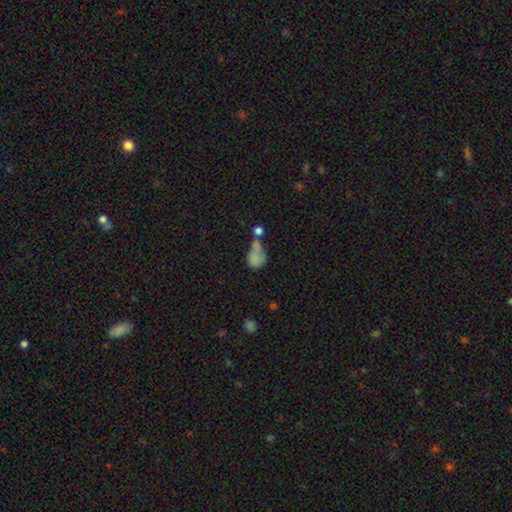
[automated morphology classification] smooth 73%, featured or disk 16%, star or artifact 11%. Down the decision tree: how rounded — in between (59%); merging — merger (46%).